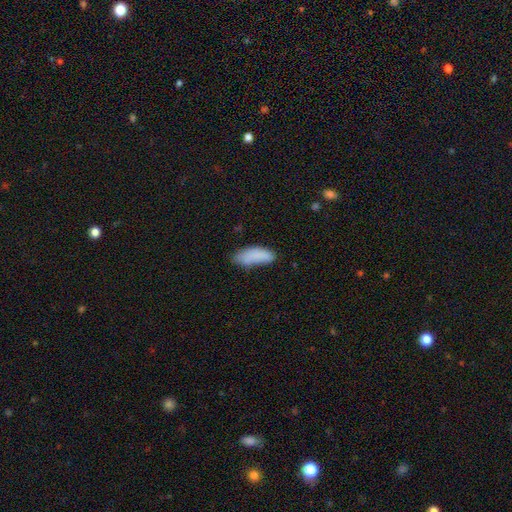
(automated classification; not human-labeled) smooth_or_featured: smooth (p=0.83) [alt: featured or disk p=0.09]
how_rounded: in between (p=0.75) [alt: cigar-shaped p=0.23]
merging: none (p=0.49) [alt: minor disturbance p=0.33]